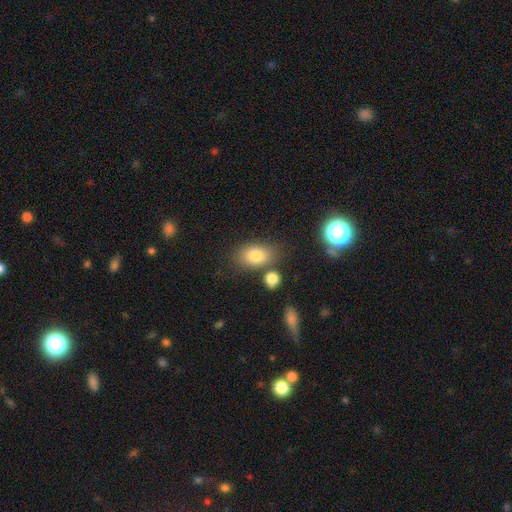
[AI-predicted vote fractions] This is likely a smooth galaxy (79%). How rounded: likely in between (80%). Merging: likely none (71%).